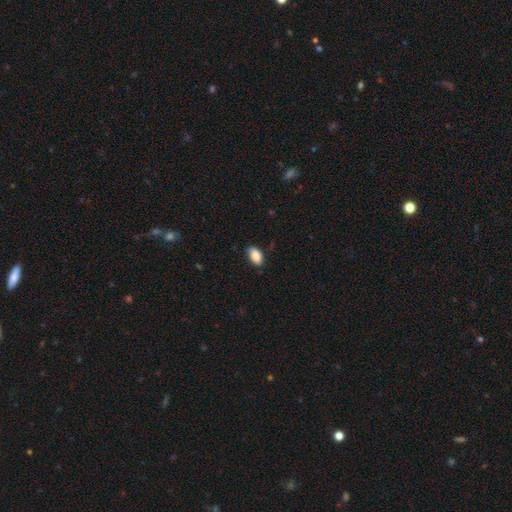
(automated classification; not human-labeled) The model was most divided on "merging": none: 82%, minor disturbance: 15%, major disturbance: 3%, merger: 1%. More confident: how rounded — in between (93%); smooth or featured — smooth (88%).